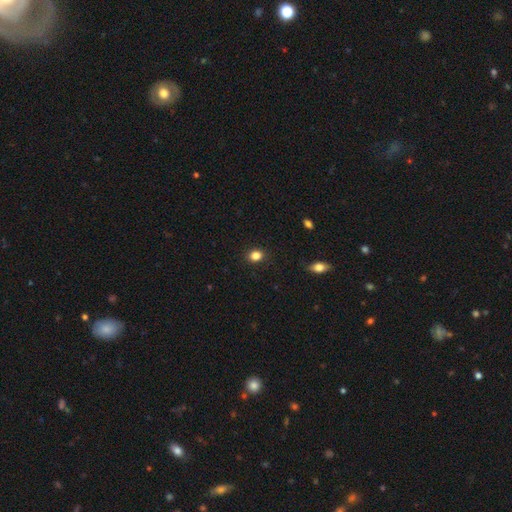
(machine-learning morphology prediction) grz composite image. It shows a smooth galaxy with no disk features (84%) that is round (58%). Merging: none (89%).